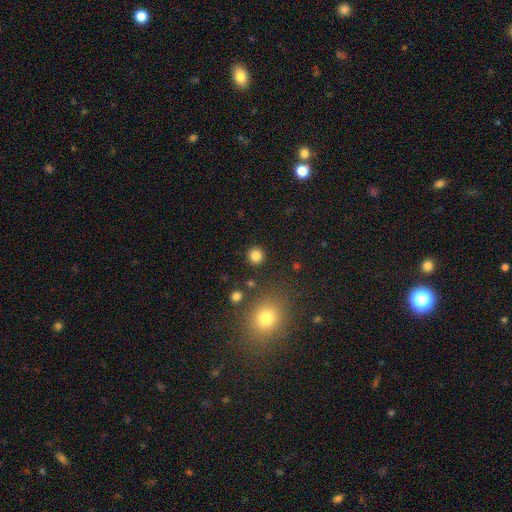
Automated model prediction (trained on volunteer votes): Overall: smooth (83%). How rounded: round (94%). Merging: none (90%).